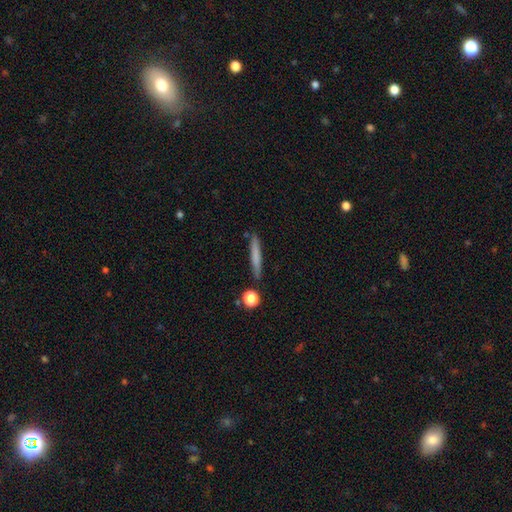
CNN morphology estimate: Smooth or featured? smooth (70%)
How rounded? cigar-shaped (94%)
Merging? none (84%)